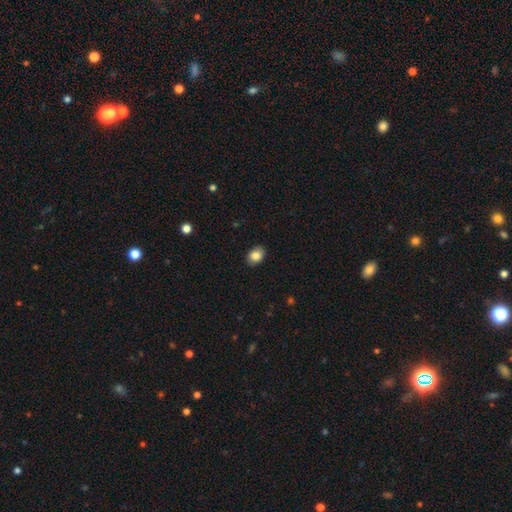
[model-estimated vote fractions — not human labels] This appears to be a smooth galaxy with no disk features (84%) that is in between round and cigar-shaped (73%). Merging: none (88%).